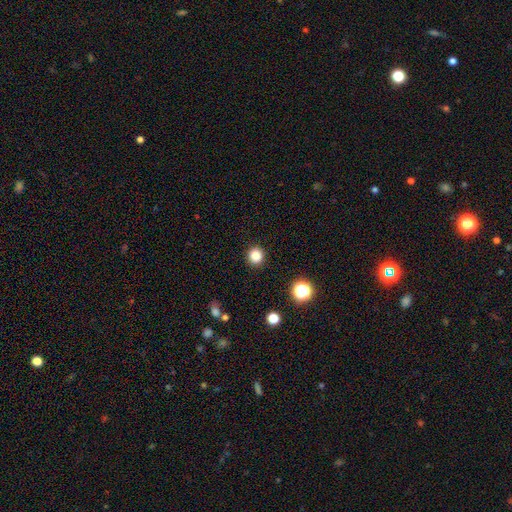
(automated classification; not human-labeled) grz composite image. It shows a smooth galaxy with no disk features (84%) that is round (92%). Merging: none (92%).